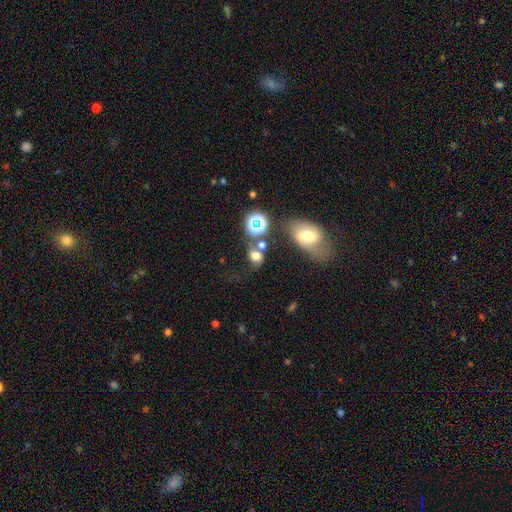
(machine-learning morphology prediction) A smooth galaxy with no disk features (67%) that is round (54%). Merging: none (46%).